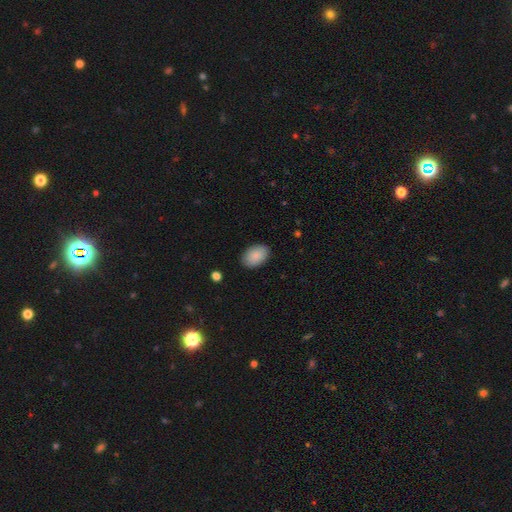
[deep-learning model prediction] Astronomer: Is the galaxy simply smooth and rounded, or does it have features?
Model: smooth — 89%.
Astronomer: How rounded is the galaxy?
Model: in between — 86%.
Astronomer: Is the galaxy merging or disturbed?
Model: none — 87%.